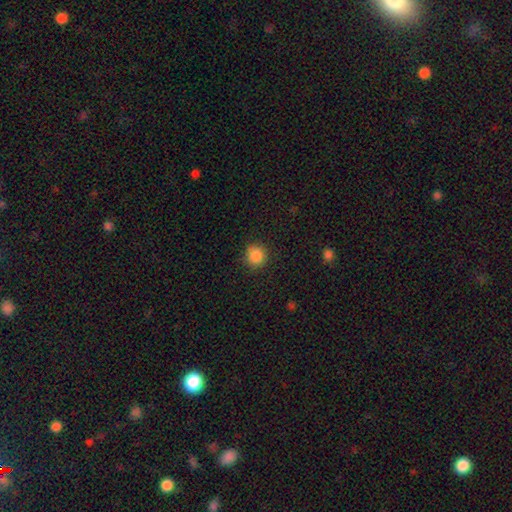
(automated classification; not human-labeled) Q: Smooth or featured?
A: smooth (86%); runner-up: star or artifact (10%)
Q: How rounded?
A: round (91%); runner-up: in between (8%)
Q: Merging?
A: none (88%); runner-up: minor disturbance (8%)